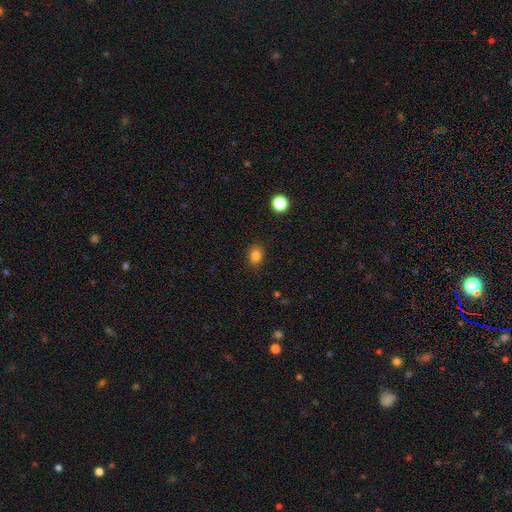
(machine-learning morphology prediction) smooth-or-featured: smooth: 83% | star or artifact: 12% | featured or disk: 5%
  how-rounded: round: 50% | in between: 49% | cigar-shaped: 1%
  merging: none: 88% | minor disturbance: 8% | major disturbance: 2% | merger: 1%